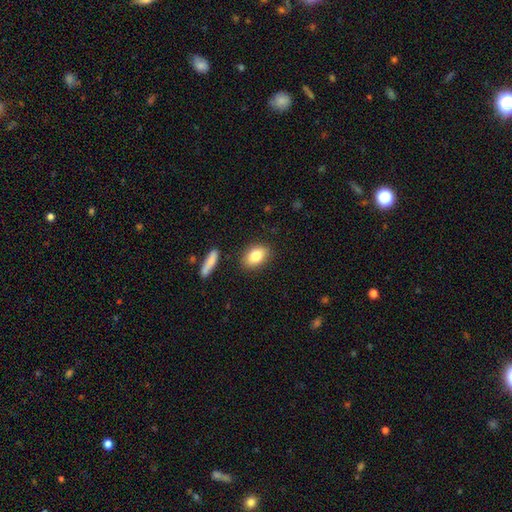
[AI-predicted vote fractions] A smooth galaxy with no disk features (83%) that is in between round and cigar-shaped (83%).

Vote fractions:
- Smooth or featured? smooth: 83% / featured or disk: 10% / star or artifact: 8%
- How rounded? in between: 83% / round: 14% / cigar-shaped: 3%
- Merging? none: 85% / minor disturbance: 10% / merger: 3% / major disturbance: 2%